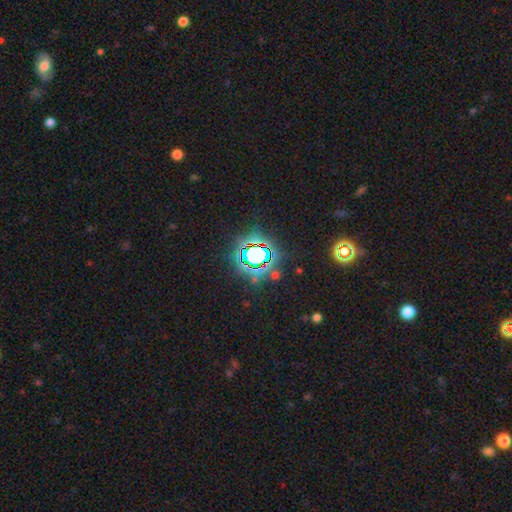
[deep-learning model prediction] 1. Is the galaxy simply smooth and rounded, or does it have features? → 73% star or artifact, 16% smooth, 11% featured or disk.